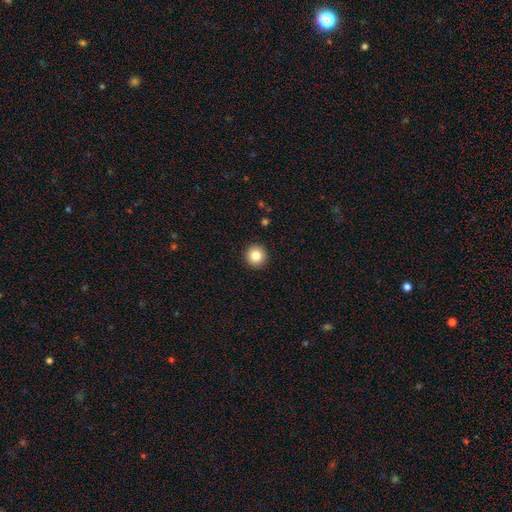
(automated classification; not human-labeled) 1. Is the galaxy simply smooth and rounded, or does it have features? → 83% smooth, 11% star or artifact, 7% featured or disk.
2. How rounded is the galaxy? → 96% round, 3% in between, 1% cigar-shaped.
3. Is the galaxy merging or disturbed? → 93% none, 4% minor disturbance, 1% major disturbance, 1% merger.